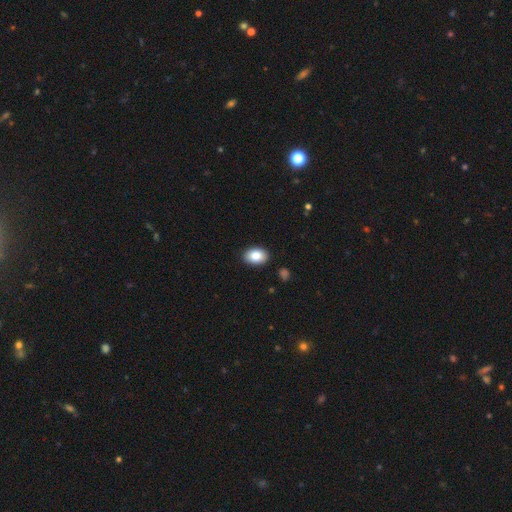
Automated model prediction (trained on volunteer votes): Smooth or featured? Predicted: smooth (p=0.85). How rounded? Predicted: in between (p=0.85). Merging? Predicted: none (p=0.90).